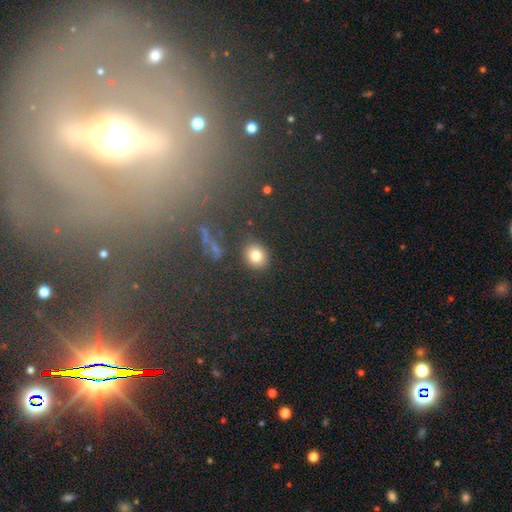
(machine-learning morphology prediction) Smooth or featured: smooth — 81% (star or artifact — 12%)
How rounded: round — 71% (in between — 28%)
Merging: none — 84% (minor disturbance — 10%)